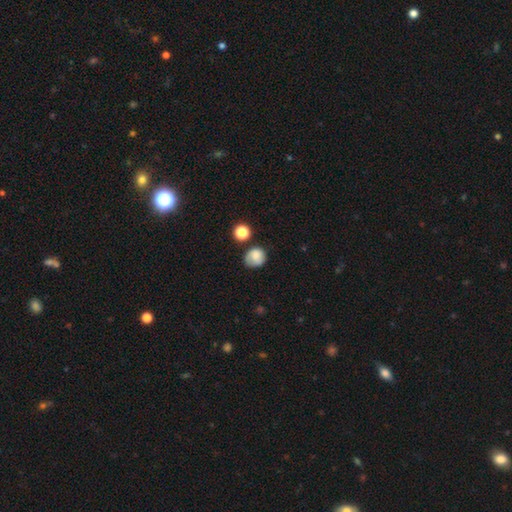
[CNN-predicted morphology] A smooth galaxy with no disk features (79%) that is round (74%).

Vote fractions:
- Smooth or featured? smooth: 79% / featured or disk: 12% / star or artifact: 10%
- How rounded? round: 74% / in between: 25% / cigar-shaped: 1%
- Merging? none: 57% / minor disturbance: 27% / major disturbance: 9% / merger: 7%